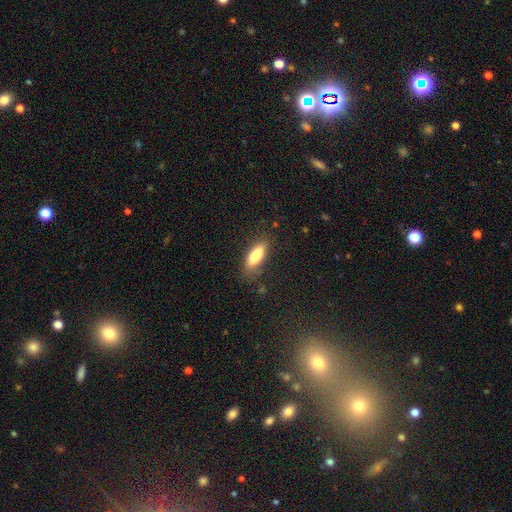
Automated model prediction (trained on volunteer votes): Morphology: type=smooth (80%); roundness=in between (63%); merging=none (78%).